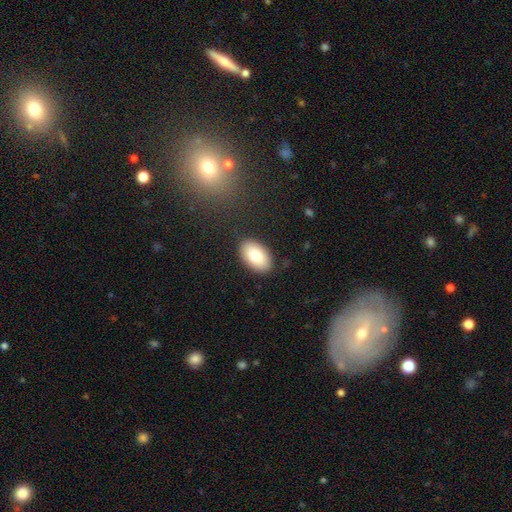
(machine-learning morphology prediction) smooth_or_featured: smooth (p=0.83) [alt: featured or disk p=0.10]
how_rounded: in between (p=0.94) [alt: round p=0.04]
merging: none (p=0.87) [alt: minor disturbance p=0.09]